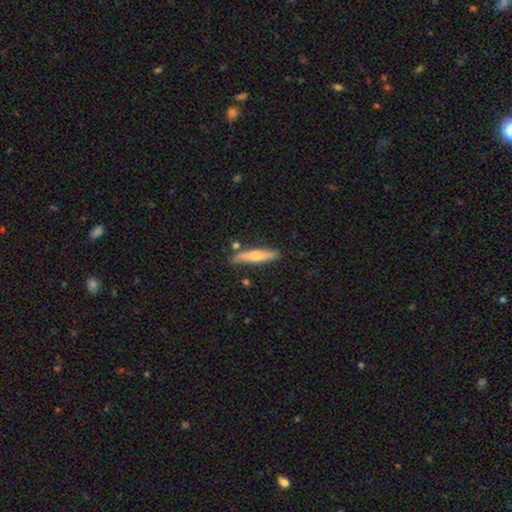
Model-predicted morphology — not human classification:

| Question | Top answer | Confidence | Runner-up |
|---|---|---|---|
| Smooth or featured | smooth | 60% | featured or disk (34%) |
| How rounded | cigar-shaped | 87% | in between (11%) |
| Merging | none | 78% | minor disturbance (14%) |